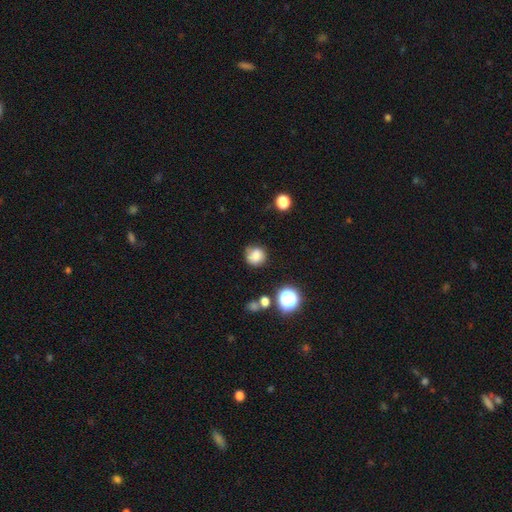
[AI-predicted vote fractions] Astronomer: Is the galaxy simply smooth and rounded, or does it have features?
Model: smooth — 79%.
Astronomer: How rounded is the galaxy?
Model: round — 86%.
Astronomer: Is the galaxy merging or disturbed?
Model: none — 70%.